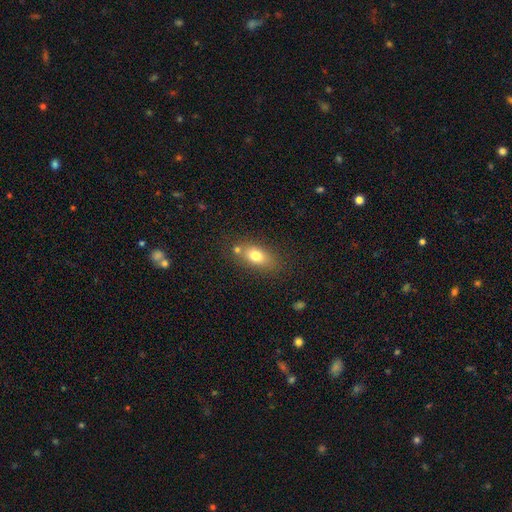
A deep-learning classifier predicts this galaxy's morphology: smooth 75%, featured or disk 15%, star or artifact 10%. Down the decision tree: how rounded — in between (78%); merging — none (65%).